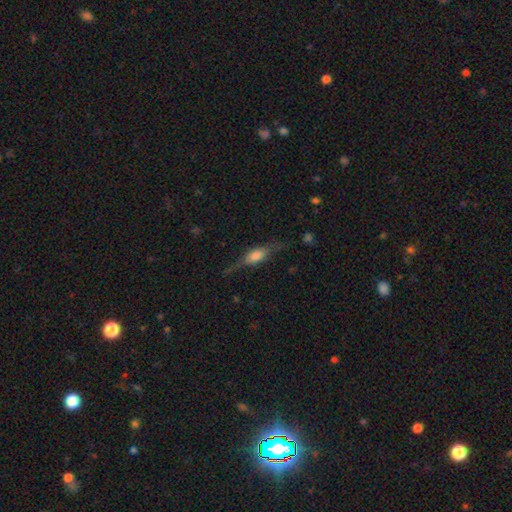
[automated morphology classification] smooth_or_featured: featured or disk (p=0.52) [alt: smooth p=0.40]
disk_edge_on: yes (p=0.87) [alt: no p=0.13]
merging: none (p=0.65) [alt: minor disturbance p=0.21]